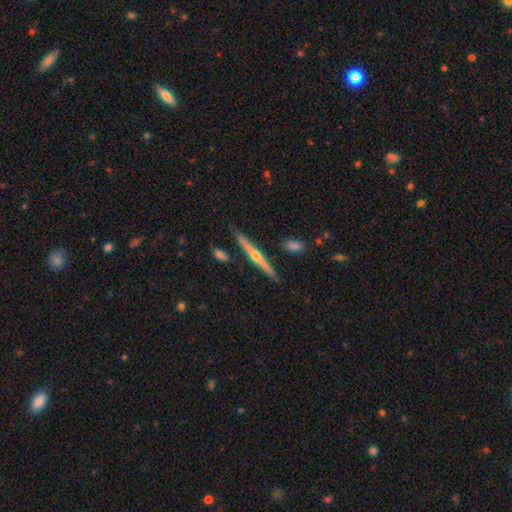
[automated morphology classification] type=featured or disk (74%); edge-on=yes (98%); edge-on bulge=rounded (87%); merging=none (87%).